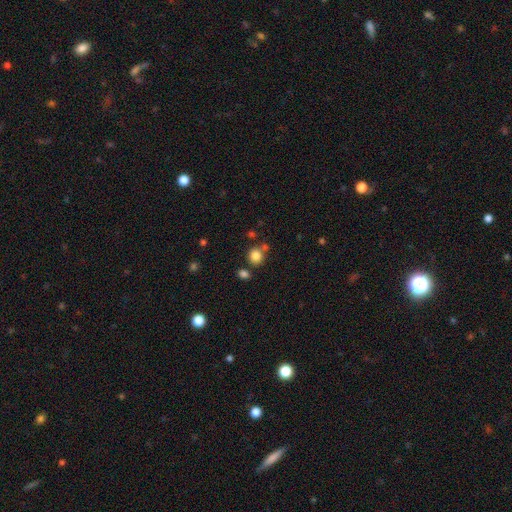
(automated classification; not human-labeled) Smooth or featured? Predicted: smooth (p=0.83). How rounded? Predicted: round (p=0.81). Merging? Predicted: none (p=0.70).